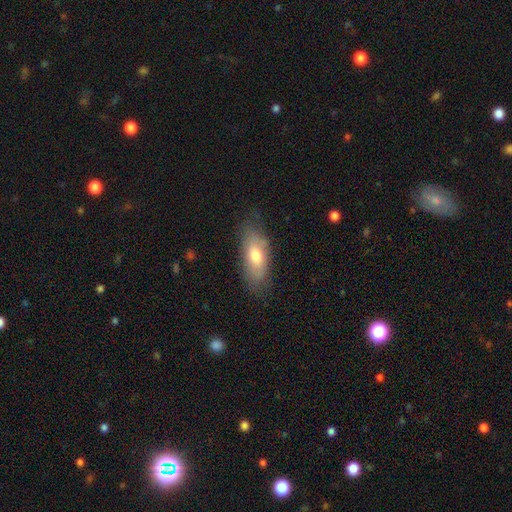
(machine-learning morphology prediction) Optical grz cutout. It shows a smooth galaxy with no disk features (68%) that is in between round and cigar-shaped (82%). Merging: none (72%).